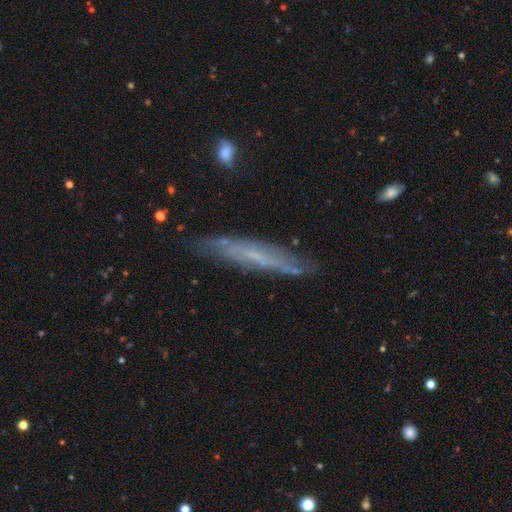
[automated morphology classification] type=featured or disk (58%); edge-on=yes (74%); merging=none (78%).